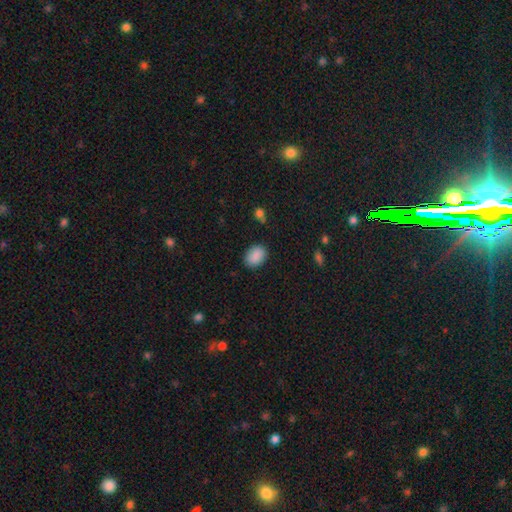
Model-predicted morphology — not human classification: This appears to be a smooth galaxy with no disk features (89%) that is in between round and cigar-shaped (80%). Merging: none (86%).